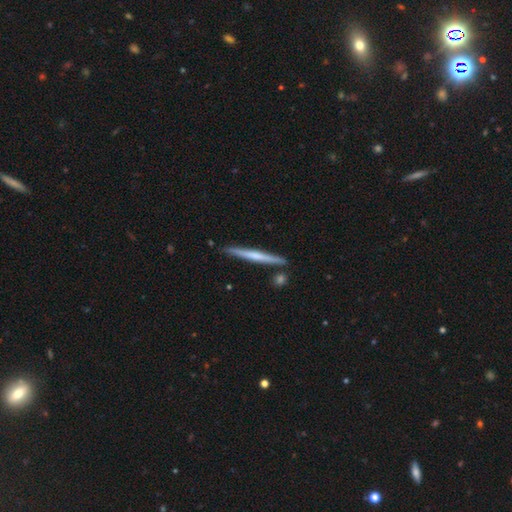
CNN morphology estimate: featured or disk 54%, smooth 41%, star or artifact 5%. Down the decision tree: edge-on disk — yes (97%); edge-on bulge — none (61%); merging — none (87%).